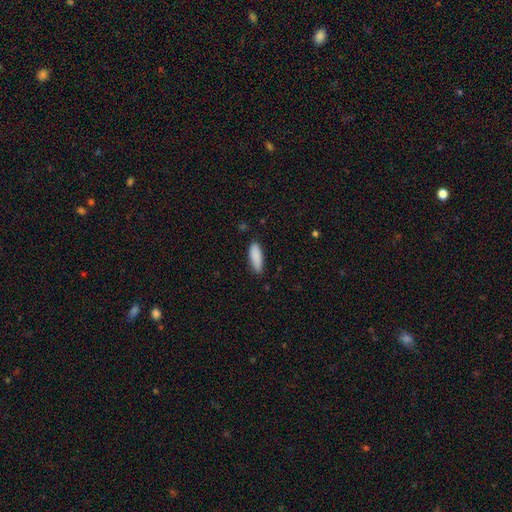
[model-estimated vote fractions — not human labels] This is clearly a smooth galaxy (89%). How rounded: likely in between (61%). Merging: clearly none (82%).